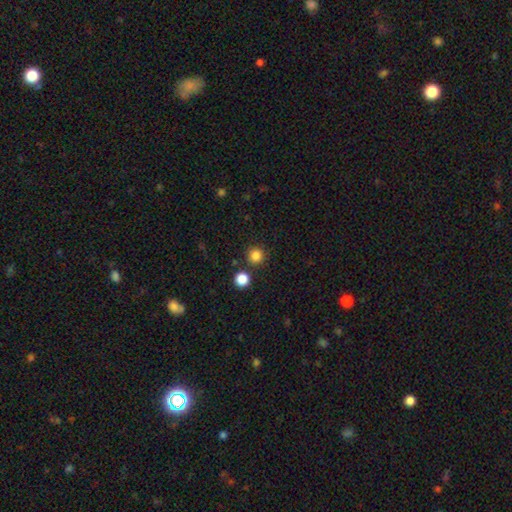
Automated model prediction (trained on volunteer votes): Q: Smooth or featured?
A: smooth (84%); runner-up: star or artifact (13%)
Q: How rounded?
A: round (95%); runner-up: in between (4%)
Q: Merging?
A: none (86%); runner-up: merger (6%)